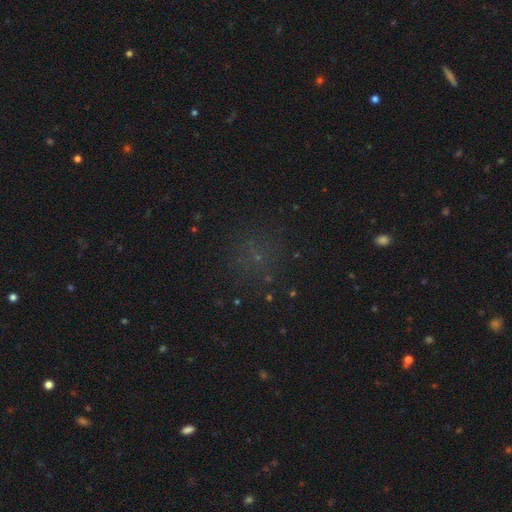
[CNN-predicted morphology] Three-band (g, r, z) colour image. It shows a star or artifact, not a galaxy (45%).